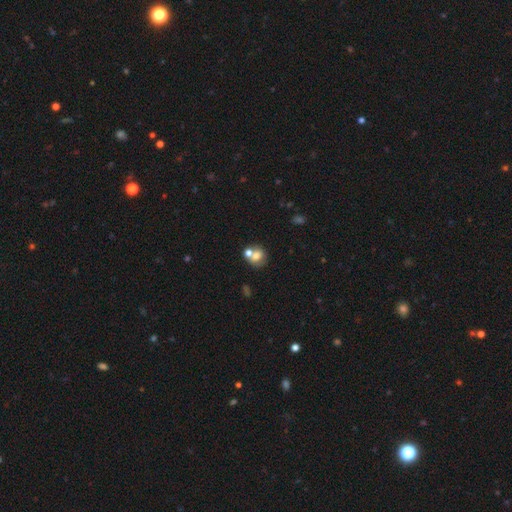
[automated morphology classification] Smooth or featured? Predicted: smooth (p=0.69). How rounded? Predicted: round (p=0.68). Merging? Predicted: none (p=0.44).